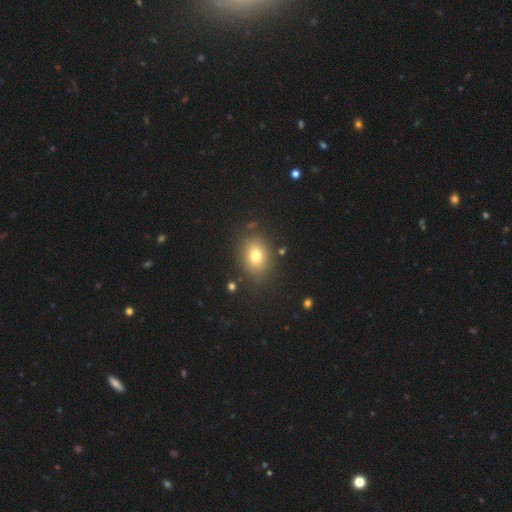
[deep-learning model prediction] Overall: smooth (75%). How rounded: in between (52%; round 47%). Merging: none (84%).